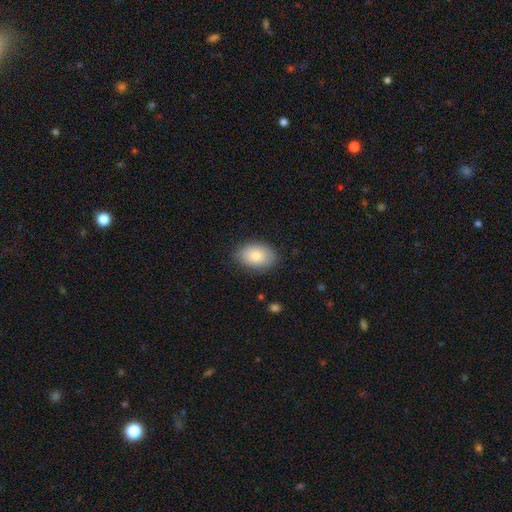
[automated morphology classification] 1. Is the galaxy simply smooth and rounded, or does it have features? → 82% smooth, 11% featured or disk, 7% star or artifact.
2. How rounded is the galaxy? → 88% in between, 11% round, 1% cigar-shaped.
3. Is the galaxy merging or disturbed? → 84% none, 12% minor disturbance, 3% major disturbance, 1% merger.